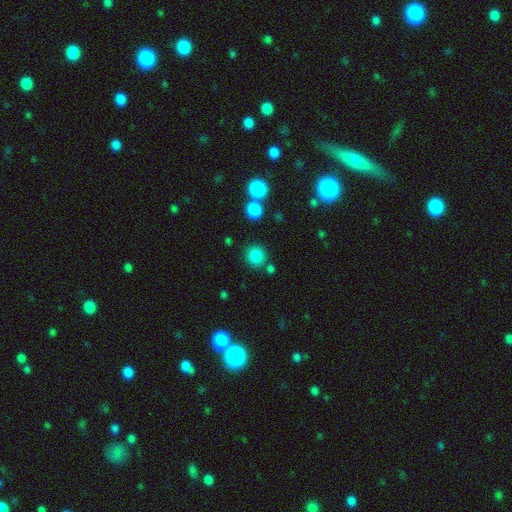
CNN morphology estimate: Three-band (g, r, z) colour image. It shows a smooth galaxy with no disk features (84%) that is round (90%). Merging: none (82%).